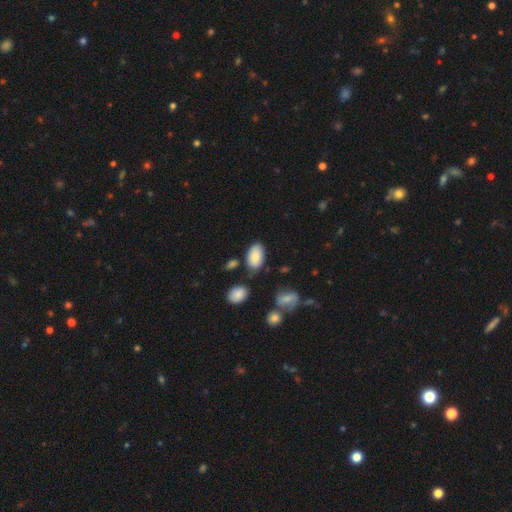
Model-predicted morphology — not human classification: This is clearly a smooth galaxy (83%). How rounded: clearly in between (94%). Merging: likely none (76%).